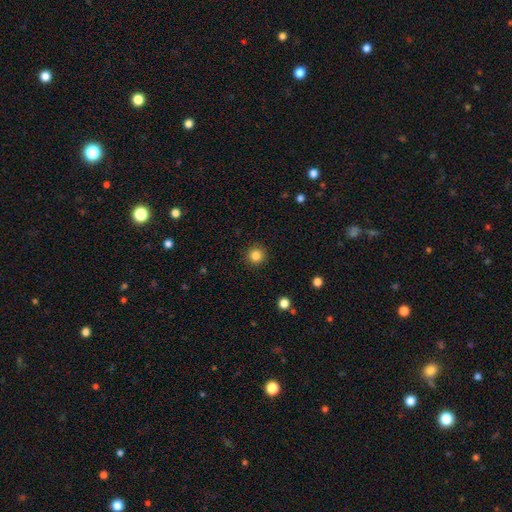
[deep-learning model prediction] Smooth or featured: smooth — 84% (star or artifact — 12%)
How rounded: round — 95% (in between — 4%)
Merging: none — 92% (minor disturbance — 5%)